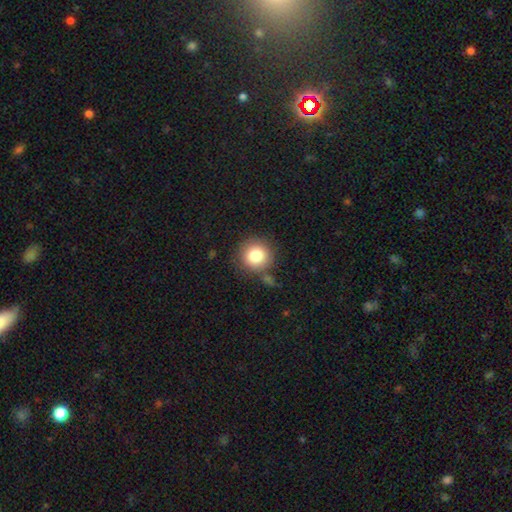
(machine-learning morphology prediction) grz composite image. It shows a smooth galaxy with no disk features (83%) that is round (93%). Merging: none (78%).